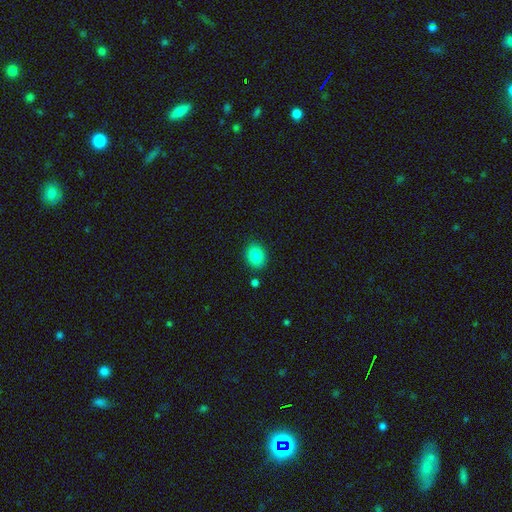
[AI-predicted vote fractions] smooth 85%, star or artifact 9%, featured or disk 6%. Down the decision tree: how rounded — in between (53%); merging — none (85%).